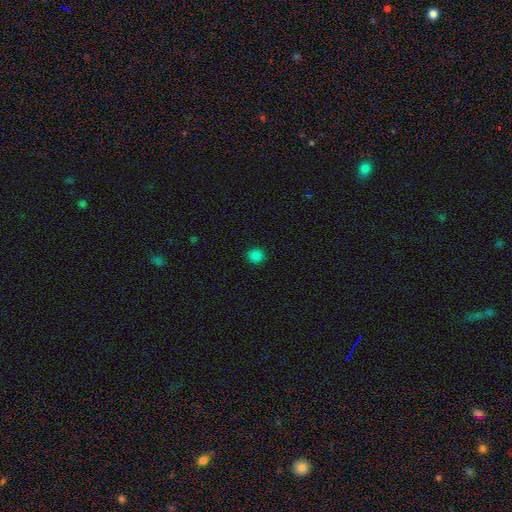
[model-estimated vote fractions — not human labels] smooth_or_featured: smooth (p=0.83) [alt: star or artifact p=0.14]
how_rounded: round (p=0.80) [alt: in between p=0.19]
merging: none (p=0.91) [alt: minor disturbance p=0.06]